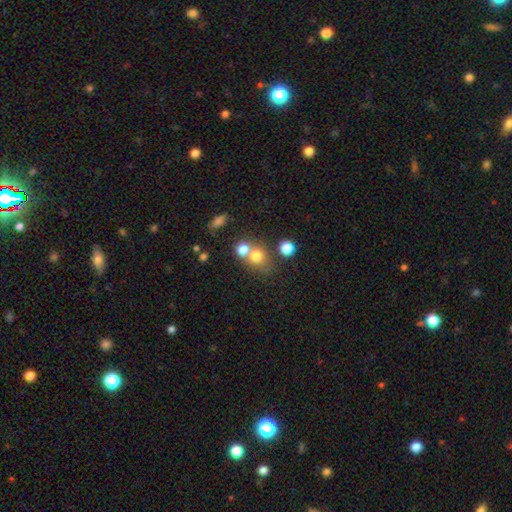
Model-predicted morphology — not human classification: Smooth or featured: smooth — 73% (star or artifact — 14%)
How rounded: round — 77% (in between — 22%)
Merging: merger — 43% (tied with none — 43%)